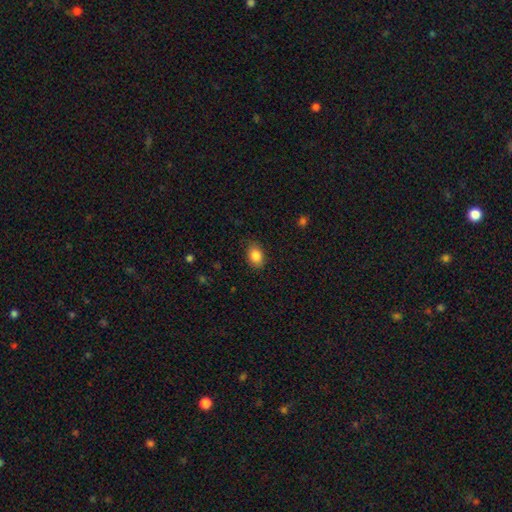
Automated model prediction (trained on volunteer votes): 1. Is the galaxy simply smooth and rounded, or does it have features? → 86% smooth, 8% star or artifact, 6% featured or disk.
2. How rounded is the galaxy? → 74% in between, 25% round, 1% cigar-shaped.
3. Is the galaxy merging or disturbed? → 84% none, 13% minor disturbance, 3% major disturbance, 1% merger.